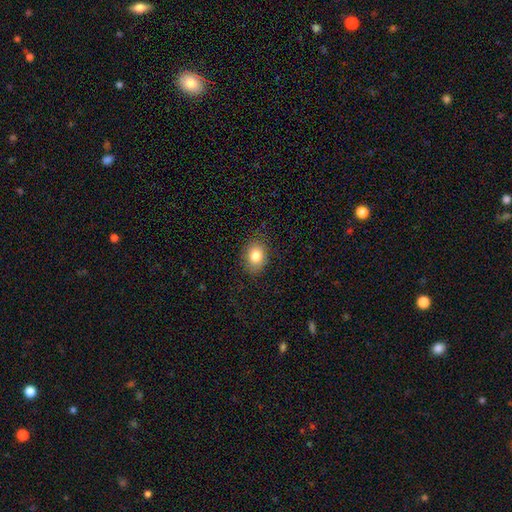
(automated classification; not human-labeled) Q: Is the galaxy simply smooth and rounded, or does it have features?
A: smooth — 82%.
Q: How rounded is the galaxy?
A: in between — 61%.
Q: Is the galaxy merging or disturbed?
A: none — 84%.